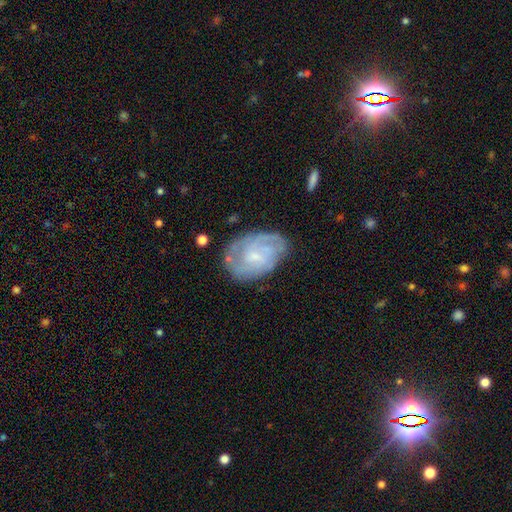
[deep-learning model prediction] Smooth or featured? Predicted: featured or disk (p=0.72). Edge-on disk? Predicted: no (p=0.97). Bar? Predicted: no (p=0.59). Spiral arms? Predicted: yes (p=0.88). Spiral winding? Predicted: tight (p=0.58). Spiral arm count? Predicted: can't tell (p=0.42). Bulge size? Predicted: small (p=0.62). Merging? Predicted: none (p=0.68).